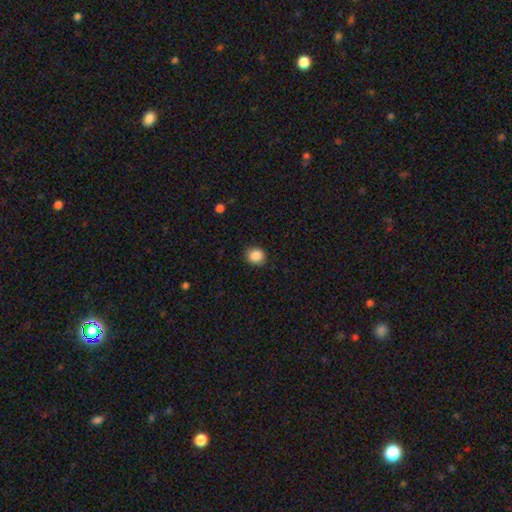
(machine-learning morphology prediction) Overall: smooth (88%). How rounded: round (76%). Merging: none (88%).